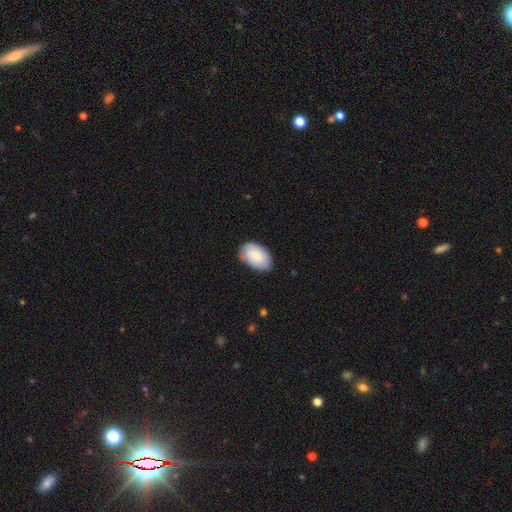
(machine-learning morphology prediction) smooth-or-featured: smooth: 75% | featured or disk: 19% | star or artifact: 6%
  how-rounded: in between: 92% | round: 6% | cigar-shaped: 1%
  merging: none: 77% | minor disturbance: 18% | major disturbance: 3% | merger: 1%